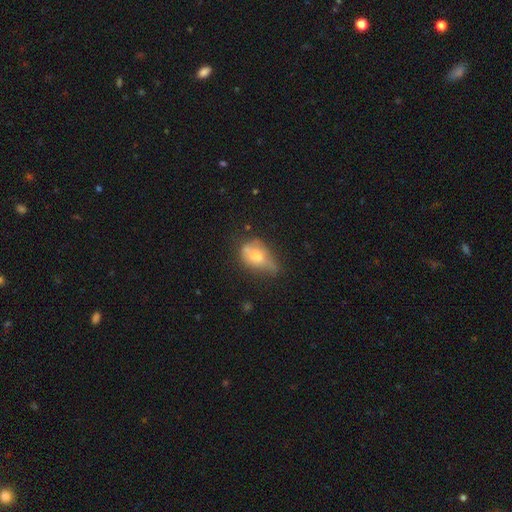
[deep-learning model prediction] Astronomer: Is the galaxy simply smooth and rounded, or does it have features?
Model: smooth — 60%.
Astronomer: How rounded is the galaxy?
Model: in between — 78%.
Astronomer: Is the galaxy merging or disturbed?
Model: minor disturbance — 34% (runner-up: major disturbance, 27%).